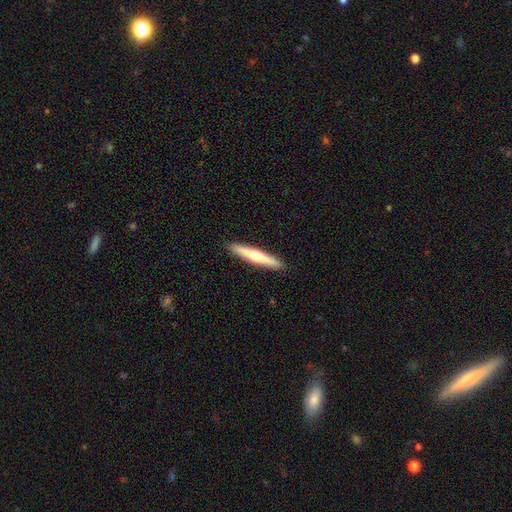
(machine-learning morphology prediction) smooth 48%, featured or disk 47%, star or artifact 5%. Down the decision tree: merging — none (92%).